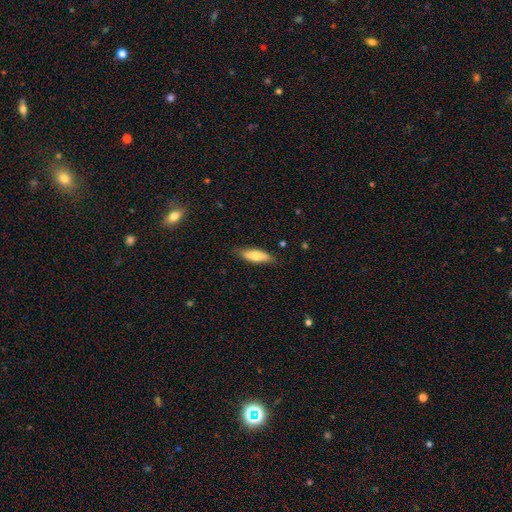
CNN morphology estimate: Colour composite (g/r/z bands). It shows a smooth galaxy with no disk features (71%) that is cigar-shaped (49%, tied with in between). Merging: none (83%).